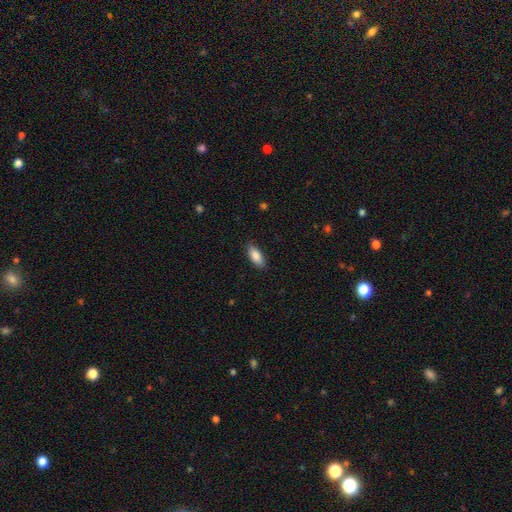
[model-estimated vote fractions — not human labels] This appears to be a smooth galaxy with no disk features (88%) that is in between round and cigar-shaped (85%). Merging: none (85%).